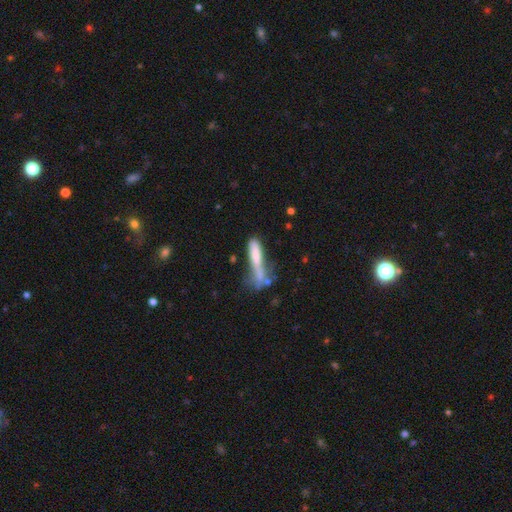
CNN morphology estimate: Smooth or featured?
  - smooth: 62% *
  - featured or disk: 28%
  - star or artifact: 10%
How rounded?
  - cigar-shaped: 84% *
  - in between: 15%
  - round: 2%
Merging?
  - none: 37% *
  - minor disturbance: 24%
  - major disturbance: 20%
  - merger: 19%